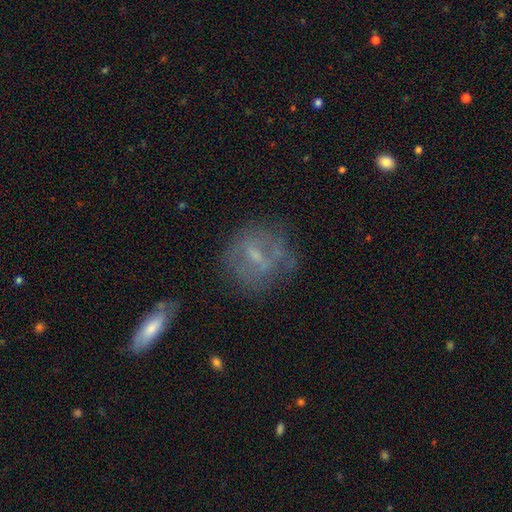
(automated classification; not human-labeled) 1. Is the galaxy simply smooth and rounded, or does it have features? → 52% featured or disk, 33% smooth, 15% star or artifact.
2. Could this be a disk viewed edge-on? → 89% no, 11% yes.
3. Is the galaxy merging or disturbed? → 65% none, 20% minor disturbance, 12% major disturbance, 3% merger.